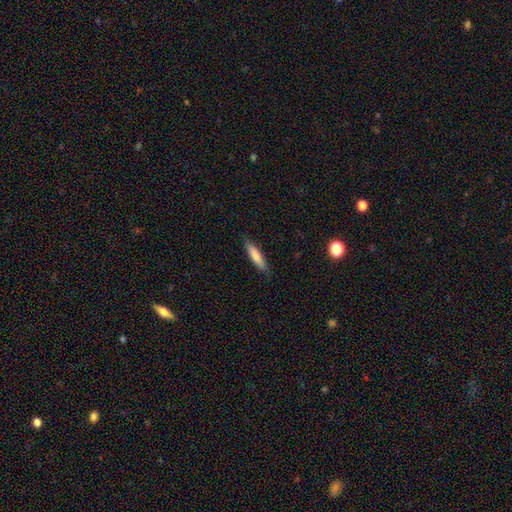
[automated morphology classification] Smooth or featured? smooth (77%)
How rounded? cigar-shaped (79%)
Merging? none (85%)